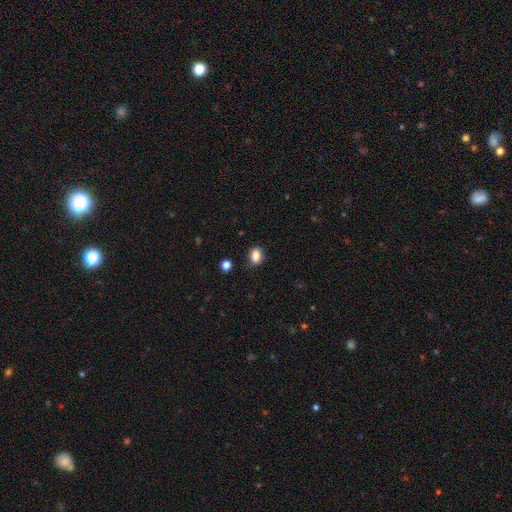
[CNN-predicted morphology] Smooth or featured? Predicted: smooth (p=0.86). How rounded? Predicted: in between (p=0.67). Merging? Predicted: none (p=0.80).